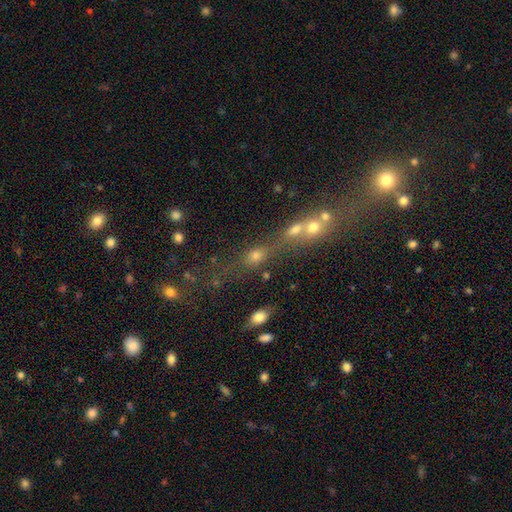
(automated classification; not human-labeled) Smooth or featured? smooth (62%)
How rounded? in between (51%)
Merging? none (42%)